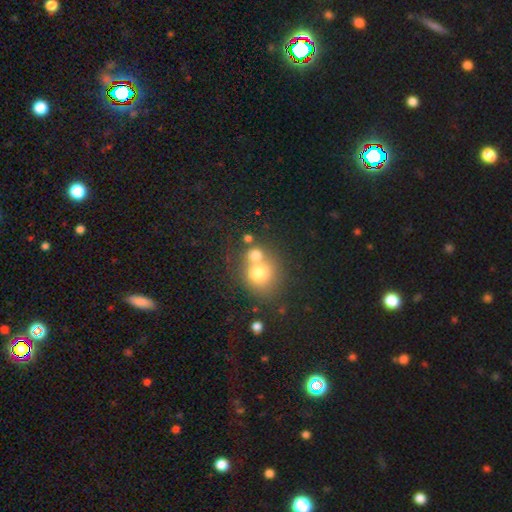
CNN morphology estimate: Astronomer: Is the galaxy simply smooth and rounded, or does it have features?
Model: smooth — 72%.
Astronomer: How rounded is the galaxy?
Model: round — 77%.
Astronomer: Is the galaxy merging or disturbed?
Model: merger — 53% (runner-up: none, 34%).